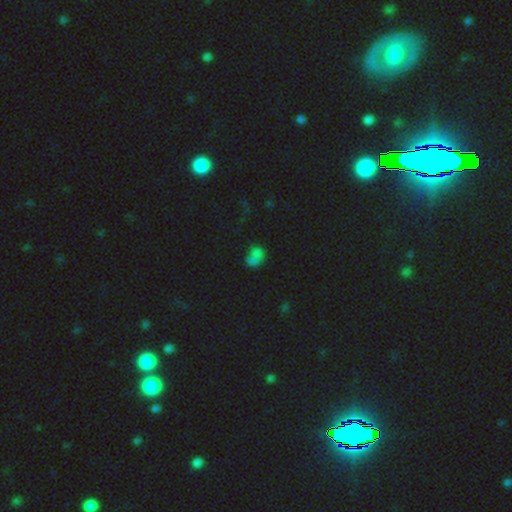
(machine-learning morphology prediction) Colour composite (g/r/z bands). It shows a smooth galaxy with no disk features (57%) that is in between round and cigar-shaped (71%). Merging: none (37%).